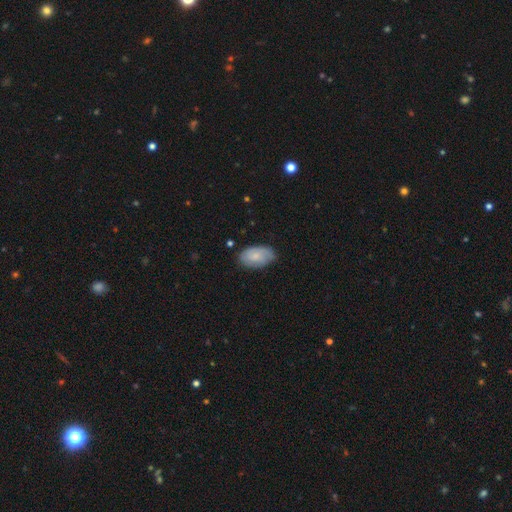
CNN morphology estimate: This appears to be a smooth galaxy with no disk features (69%) that is in between round and cigar-shaped (94%). Merging: none (74%).